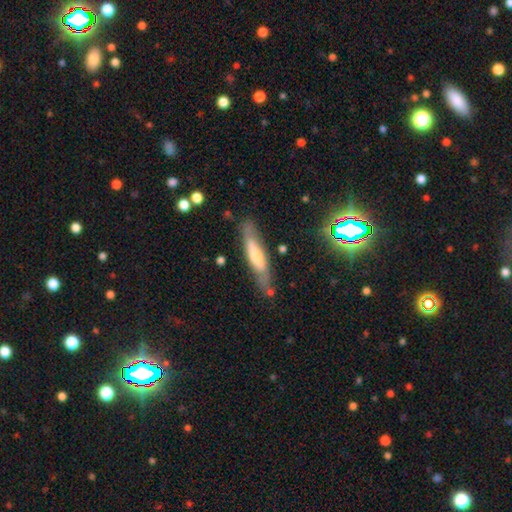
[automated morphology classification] featured or disk 47%, smooth 45%, star or artifact 8%. Down the decision tree: merging — none (76%).